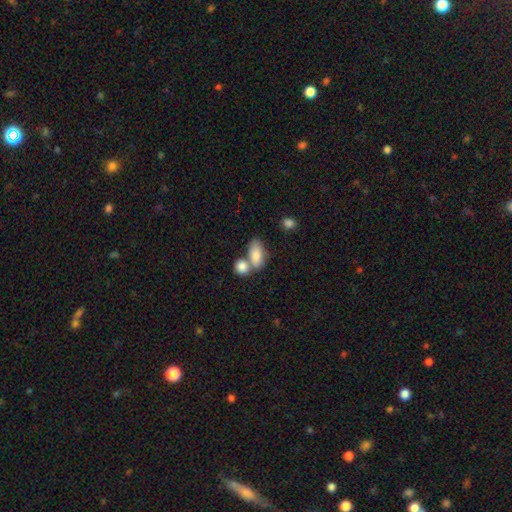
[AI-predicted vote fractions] Smooth or featured: smooth — 82% (featured or disk — 12%)
How rounded: in between — 89% (round — 8%)
Merging: merger — 51% (none — 33%)